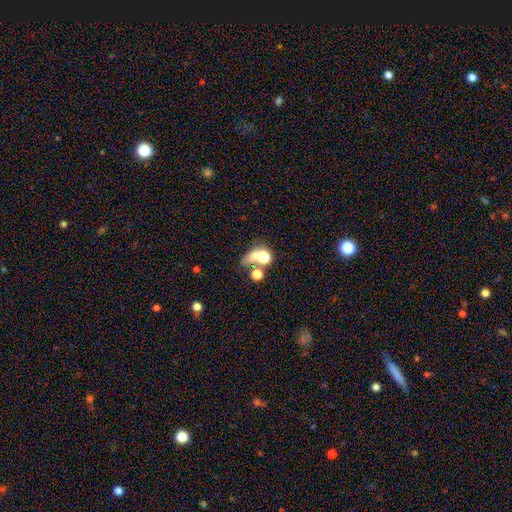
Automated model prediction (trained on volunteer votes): Overall: smooth (57%; star or artifact 24%). How rounded: round (57%; in between 40%). Merging: merger (46%; none 36%).